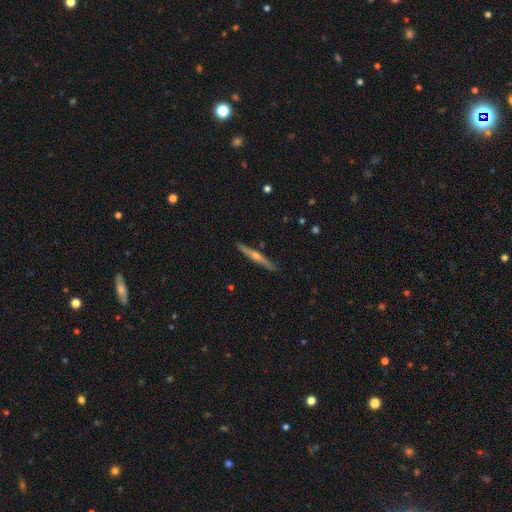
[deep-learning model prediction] Overall: featured or disk (73%). Edge-on disk: yes (97%). Edge-on bulge: rounded (88%). Merging: none (91%).